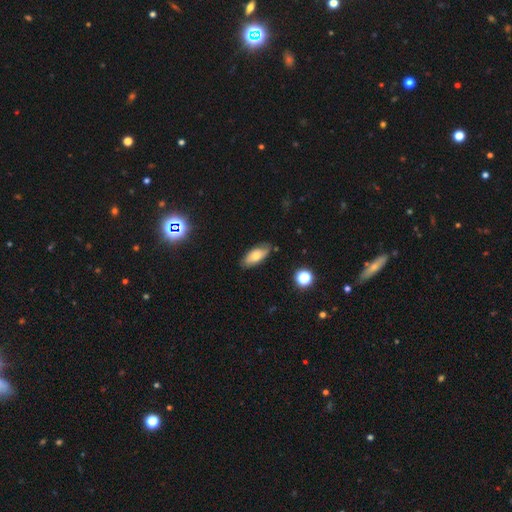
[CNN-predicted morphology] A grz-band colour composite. It shows a smooth galaxy with no disk features (67%) that is in between round and cigar-shaped (85%). Merging: none (78%).